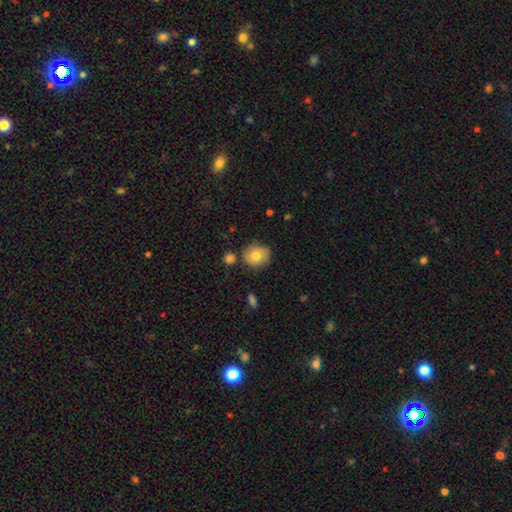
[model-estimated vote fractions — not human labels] Smooth or featured? Predicted: smooth (p=0.70). How rounded? Predicted: round (p=0.77). Merging? Predicted: none (p=0.72).